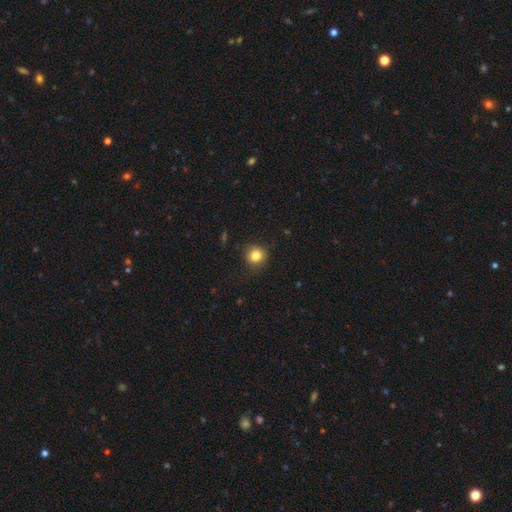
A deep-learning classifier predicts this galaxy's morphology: A smooth galaxy with no disk features (82%) that is round (90%). Merging: none (80%).